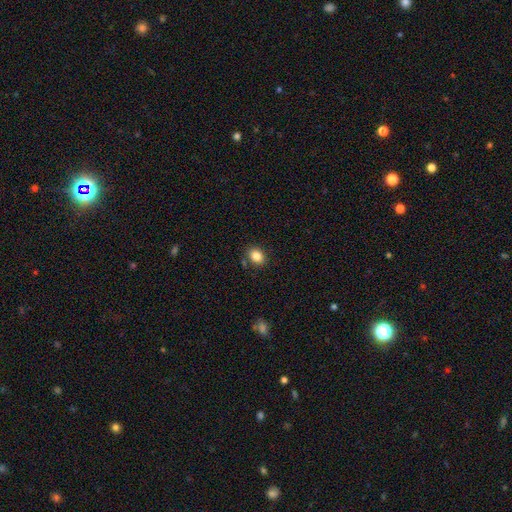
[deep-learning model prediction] Q: Smooth or featured?
A: smooth (85%); runner-up: star or artifact (10%)
Q: How rounded?
A: in between (61%); runner-up: round (38%)
Q: Merging?
A: none (82%); runner-up: minor disturbance (11%)